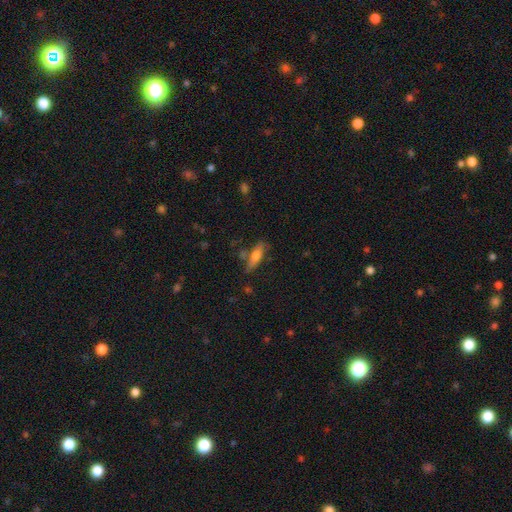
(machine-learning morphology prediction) type=smooth (64%); roundness=cigar-shaped (50%); merging=none (65%).